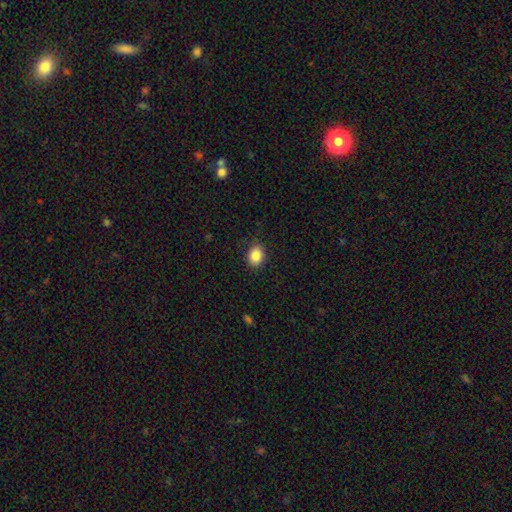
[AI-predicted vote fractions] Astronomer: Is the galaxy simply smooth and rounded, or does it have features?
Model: smooth — 86%.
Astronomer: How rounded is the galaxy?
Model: in between — 53% (runner-up: round, 46%).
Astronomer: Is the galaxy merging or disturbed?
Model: none — 85%.